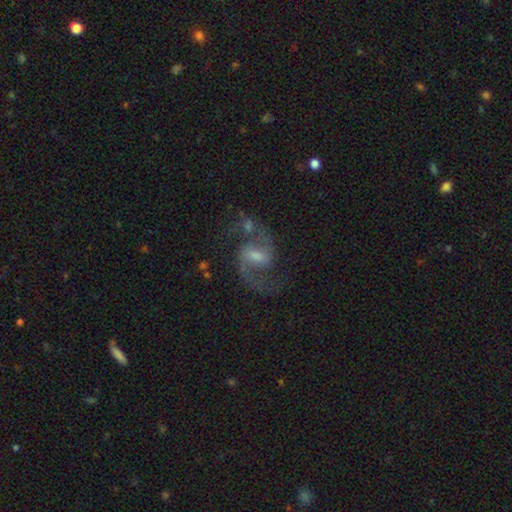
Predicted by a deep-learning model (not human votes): Overall: featured or disk (89%). Edge-on disk: no (98%). Bar: weak (58%; no 23%). Spiral arms: yes (97%). Spiral arm count: 2 (93%). Spiral winding: medium (55%; loose 37%). Bulge size: moderate (45%; small 40%). Merging: none (73%).